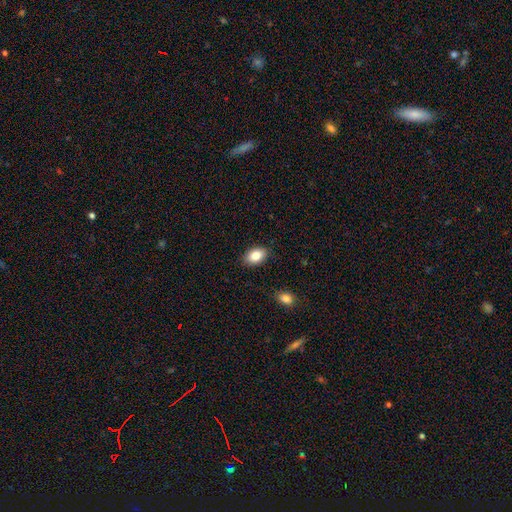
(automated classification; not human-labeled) Smooth or featured?
  - smooth: 85% *
  - featured or disk: 8%
  - star or artifact: 8%
How rounded?
  - in between: 87% *
  - round: 11%
  - cigar-shaped: 1%
Merging?
  - none: 88% *
  - minor disturbance: 9%
  - major disturbance: 2%
  - merger: 1%